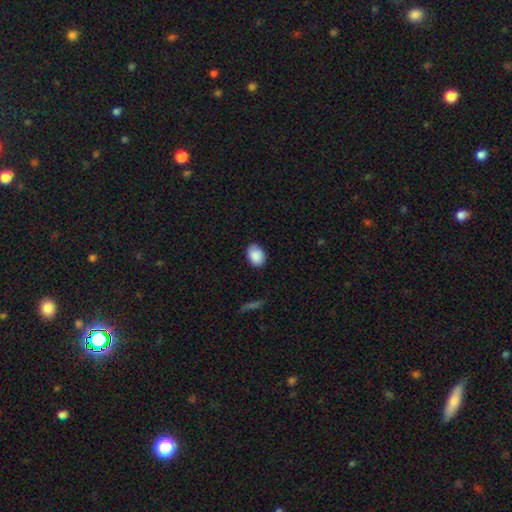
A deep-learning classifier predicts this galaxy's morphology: smooth 89%, star or artifact 7%, featured or disk 4%. Down the decision tree: how rounded — in between (78%); merging — none (85%).